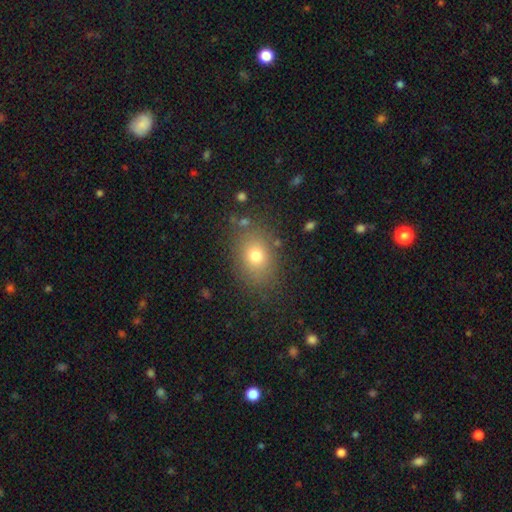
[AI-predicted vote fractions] smooth 74%, star or artifact 14%, featured or disk 13%. Down the decision tree: how rounded — in between (66%); merging — none (82%).